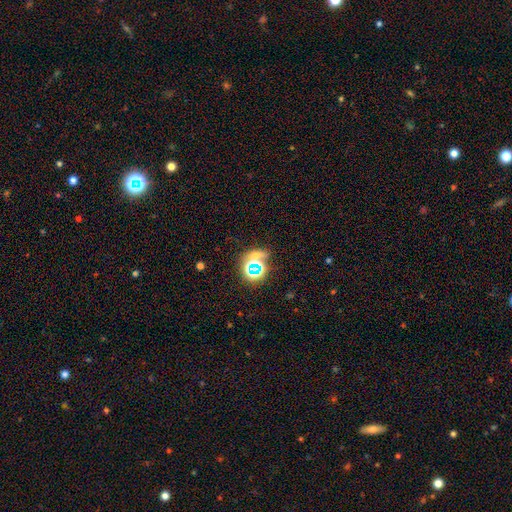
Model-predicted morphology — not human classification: A star or artifact, not a galaxy (58%).

Vote fractions:
- Smooth or featured? star or artifact: 58% / smooth: 30% / featured or disk: 12%